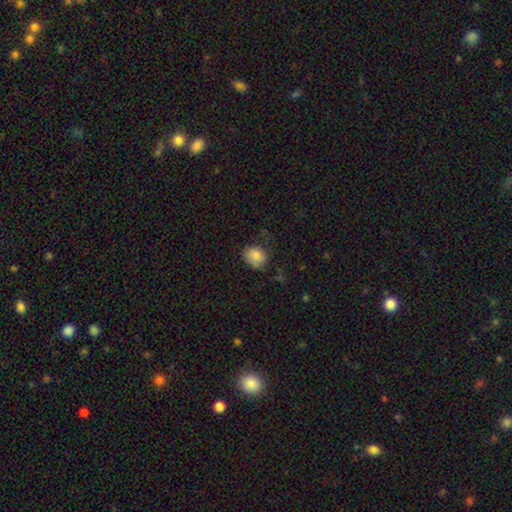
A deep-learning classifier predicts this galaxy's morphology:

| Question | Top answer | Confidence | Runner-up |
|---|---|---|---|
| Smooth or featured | smooth | 82% | star or artifact (9%) |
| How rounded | round | 62% | in between (37%) |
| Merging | none | 67% | minor disturbance (25%) |